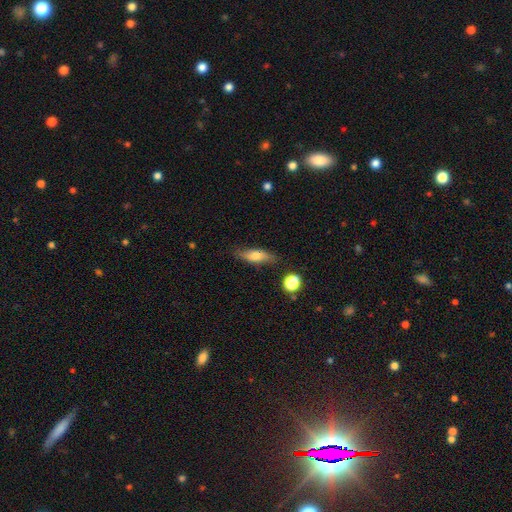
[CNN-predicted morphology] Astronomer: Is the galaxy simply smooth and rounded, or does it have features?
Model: smooth — 61%.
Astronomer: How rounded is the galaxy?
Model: in between — 53% (runner-up: cigar-shaped, 43%).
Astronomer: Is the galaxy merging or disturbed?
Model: none — 77%.